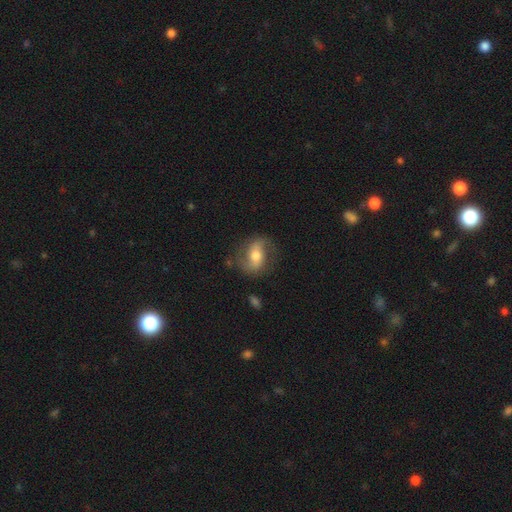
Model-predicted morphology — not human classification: Overall: featured or disk (66%; smooth 27%). Edge-on disk: no (95%). Bar: weak (41%; no 35%). Spiral arms: yes (88%). Spiral arm count: 2 (88%). Spiral winding: loose (45%; medium 41%). Bulge size: moderate (64%). Merging: none (71%).